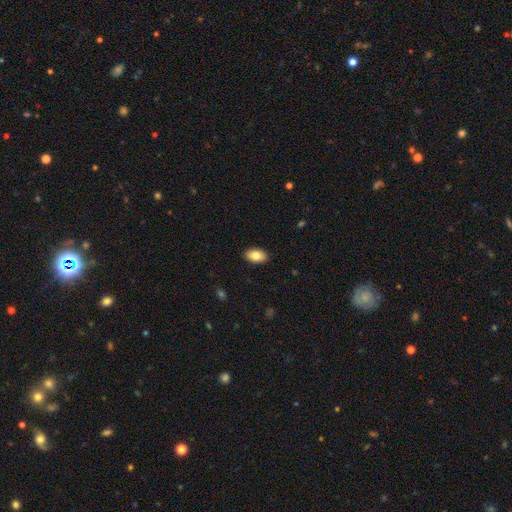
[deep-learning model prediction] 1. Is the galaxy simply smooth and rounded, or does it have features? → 84% smooth, 9% featured or disk, 7% star or artifact.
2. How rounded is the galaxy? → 93% in between, 6% round, 1% cigar-shaped.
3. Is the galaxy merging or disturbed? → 90% none, 8% minor disturbance, 2% major disturbance, 1% merger.